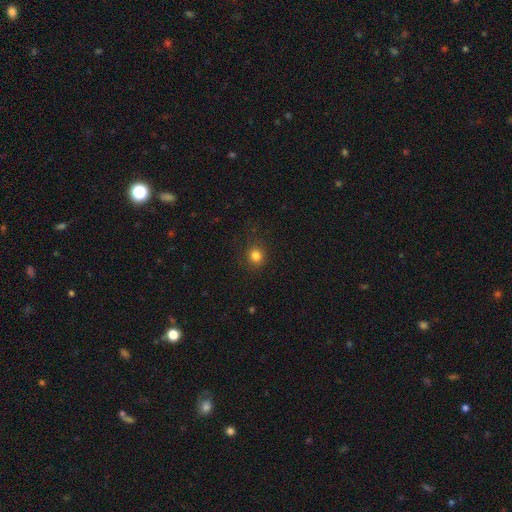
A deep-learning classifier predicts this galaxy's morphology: type=smooth (82%); roundness=round (85%); merging=none (88%).